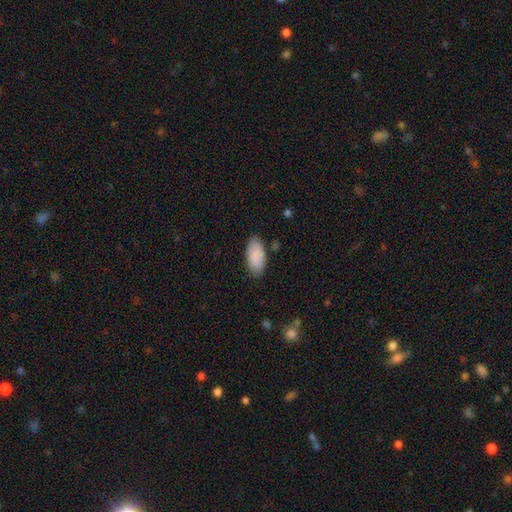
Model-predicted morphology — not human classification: Q: Smooth or featured?
A: smooth (89%); runner-up: star or artifact (6%)
Q: How rounded?
A: in between (94%); runner-up: cigar-shaped (5%)
Q: Merging?
A: none (82%); runner-up: minor disturbance (13%)